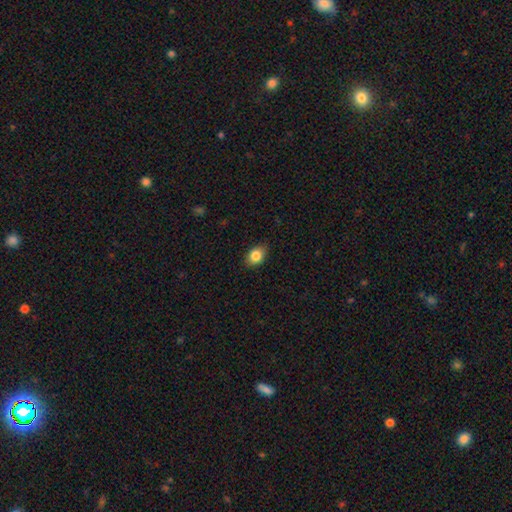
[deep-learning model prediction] A smooth galaxy with no disk features (84%) that is in between round and cigar-shaped (66%).

Vote fractions:
- Smooth or featured? smooth: 84% / star or artifact: 9% / featured or disk: 7%
- How rounded? in between: 66% / round: 32% / cigar-shaped: 1%
- Merging? none: 83% / minor disturbance: 13% / major disturbance: 2% / merger: 1%